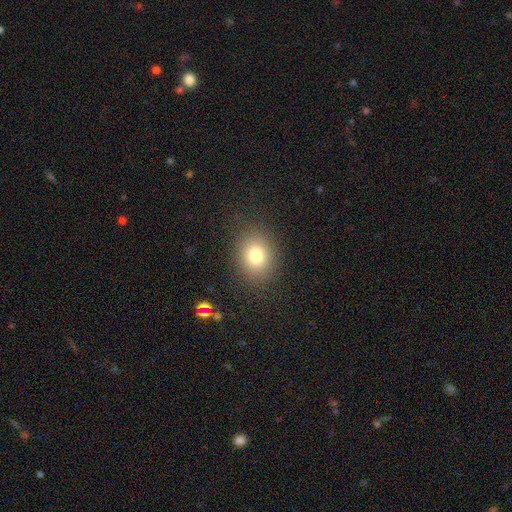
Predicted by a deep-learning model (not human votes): The model was most divided on "how rounded": in between: 53%, round: 46%, cigar-shaped: 1%. More confident: merging — none (85%); smooth or featured — smooth (79%).